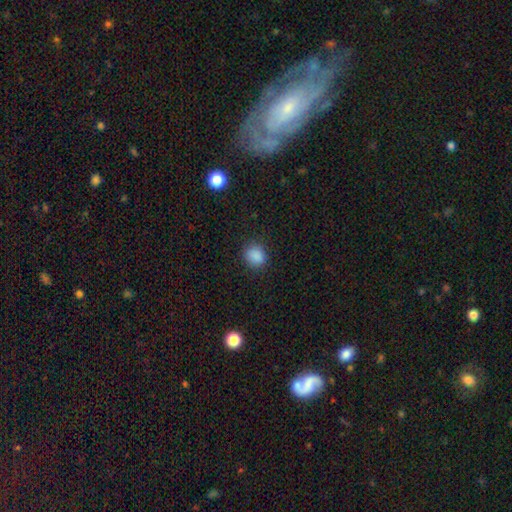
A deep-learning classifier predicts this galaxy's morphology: This appears to be a smooth galaxy with no disk features (87%) that is round (71%). Merging: none (85%).